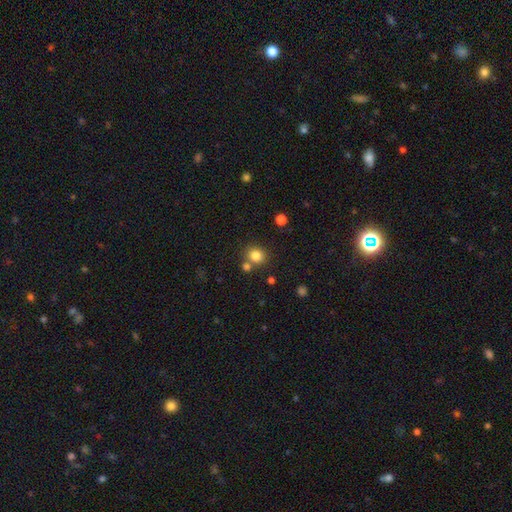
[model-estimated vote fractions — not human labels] smooth_or_featured: smooth (p=0.82) [alt: star or artifact p=0.12]
how_rounded: round (p=0.77) [alt: in between p=0.22]
merging: none (p=0.69) [alt: merger p=0.19]